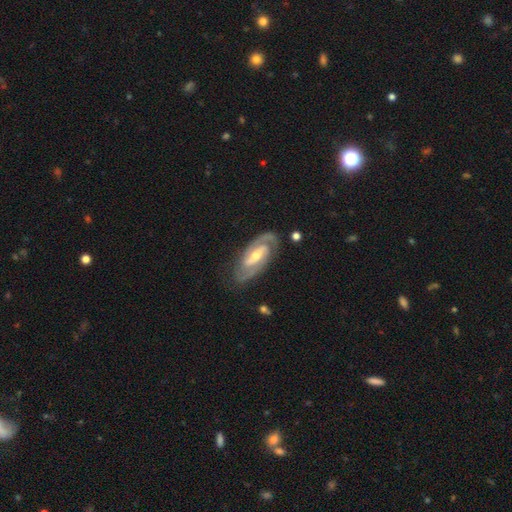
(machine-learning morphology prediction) type=featured or disk (89%); edge-on=no (95%); bar=weak (40%); spiral arms=yes (97%); winding=tight (49%); arm count=2 (88%); bulge=moderate (56%); merging=none (80%).